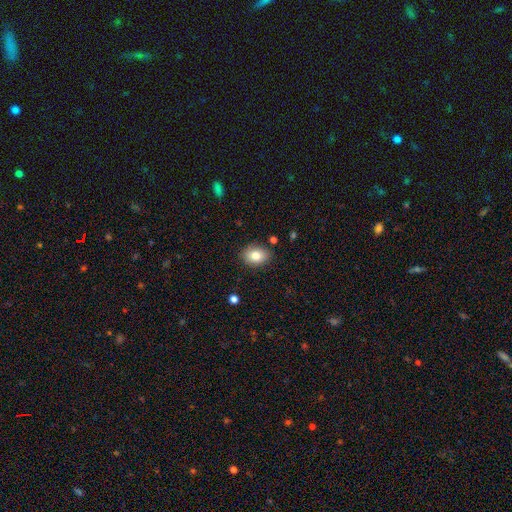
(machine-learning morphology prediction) A smooth galaxy with no disk features (82%) that is in between round and cigar-shaped (65%).

Vote fractions:
- Smooth or featured? smooth: 82% / featured or disk: 9% / star or artifact: 9%
- How rounded? in between: 65% / round: 34% / cigar-shaped: 1%
- Merging? none: 86% / minor disturbance: 10% / major disturbance: 2% / merger: 2%